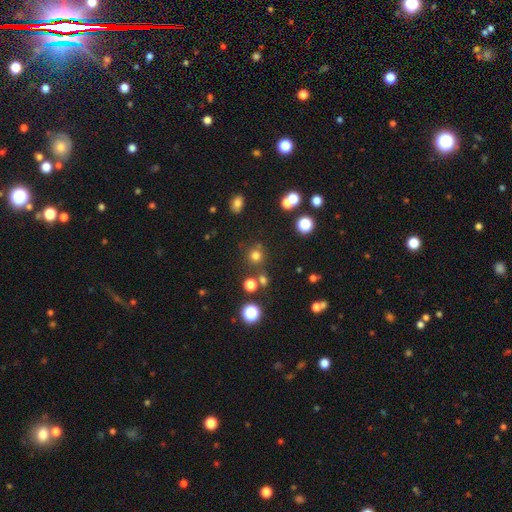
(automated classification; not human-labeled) A smooth galaxy with no disk features (71%) that is round (92%).

Vote fractions:
- Smooth or featured? smooth: 71% / star or artifact: 22% / featured or disk: 7%
- How rounded? round: 92% / in between: 7% / cigar-shaped: 1%
- Merging? none: 77% / merger: 10% / minor disturbance: 9% / major disturbance: 4%